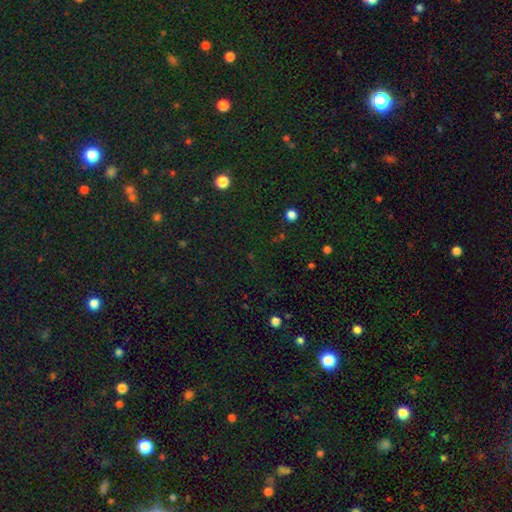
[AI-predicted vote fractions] Smooth or featured: star or artifact — 73% (smooth — 19%)